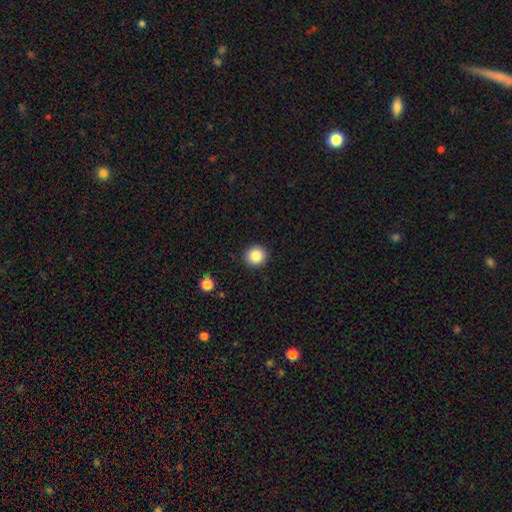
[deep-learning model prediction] Morphology: type=smooth (85%); roundness=round (92%); merging=none (92%).